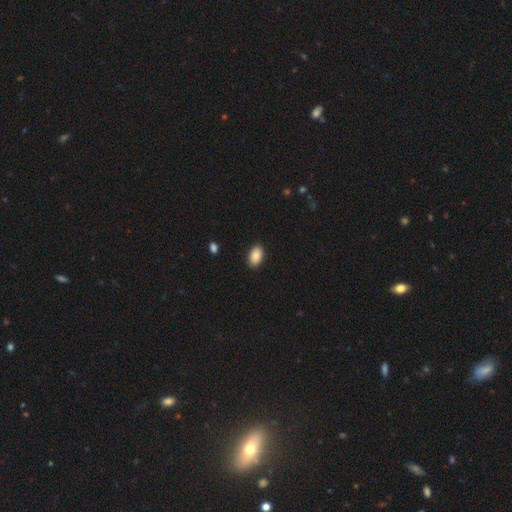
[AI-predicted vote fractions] Smooth or featured?
  - smooth: 89% *
  - star or artifact: 7%
  - featured or disk: 4%
How rounded?
  - in between: 93% *
  - round: 6%
  - cigar-shaped: 1%
Merging?
  - none: 90% *
  - minor disturbance: 7%
  - major disturbance: 2%
  - merger: 1%